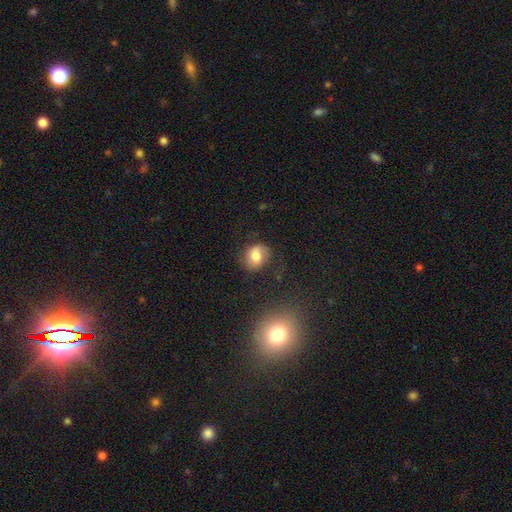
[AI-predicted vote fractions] Smooth or featured: smooth — 64% (featured or disk — 27%)
How rounded: round — 50% (in between — 48%)
Merging: none — 70% (minor disturbance — 20%)